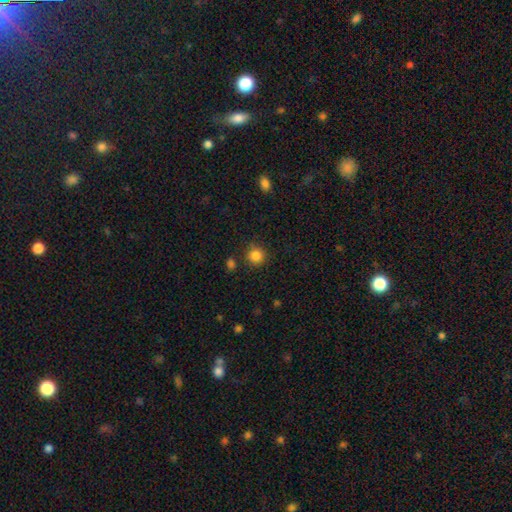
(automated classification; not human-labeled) Smooth or featured? Predicted: smooth (p=0.85). How rounded? Predicted: round (p=0.93). Merging? Predicted: none (p=0.86).